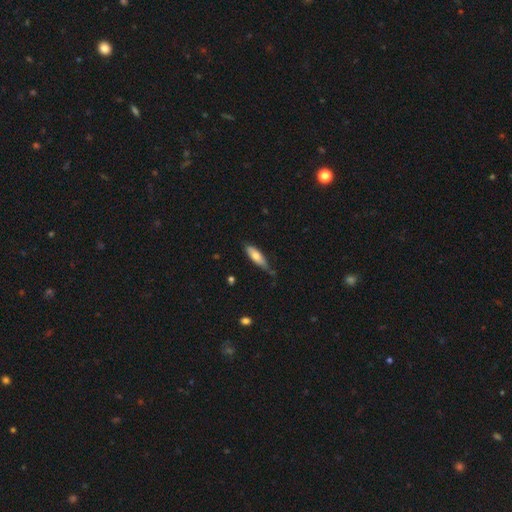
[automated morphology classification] Smooth or featured?
  - smooth: 72% *
  - featured or disk: 22%
  - star or artifact: 6%
How rounded?
  - in between: 50% *
  - cigar-shaped: 48%
  - round: 2%
Merging?
  - none: 59% *
  - minor disturbance: 32%
  - major disturbance: 6%
  - merger: 3%